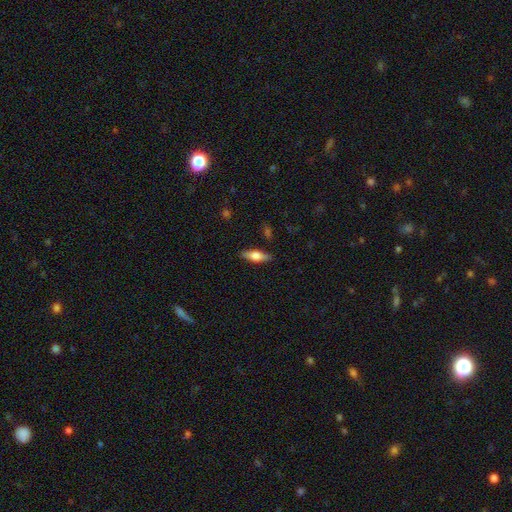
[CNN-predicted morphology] smooth-or-featured: smooth: 52% | featured or disk: 41% | star or artifact: 7%
  how-rounded: in between: 54% | cigar-shaped: 43% | round: 3%
  merging: none: 86% | minor disturbance: 10% | major disturbance: 2% | merger: 1%